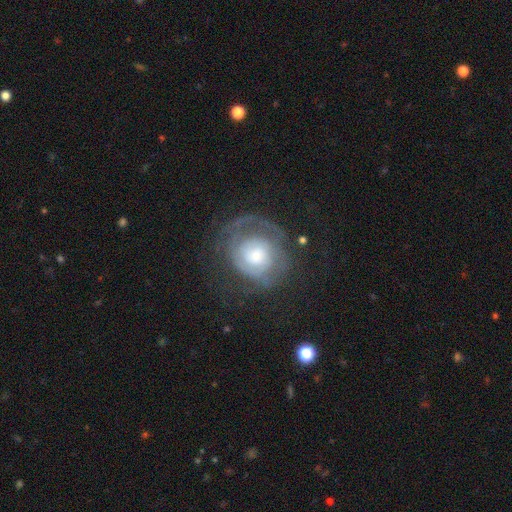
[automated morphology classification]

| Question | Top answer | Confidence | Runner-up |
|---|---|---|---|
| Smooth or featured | featured or disk | 71% | smooth (22%) |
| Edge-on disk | no | 97% | yes (3%) |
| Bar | no | 79% | weak (18%) |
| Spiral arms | yes | 83% | no (17%) |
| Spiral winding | tight | 61% | medium (27%) |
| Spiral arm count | can't tell | 40% | 2 (28%) |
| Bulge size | moderate | 42% | small (32%) |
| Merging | none | 55% | major disturbance (24%) |